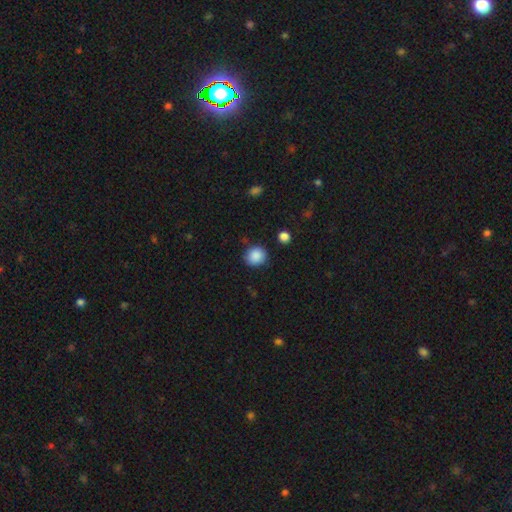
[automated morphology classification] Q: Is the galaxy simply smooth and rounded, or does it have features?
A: smooth — 88%.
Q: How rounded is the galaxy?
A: round — 81%.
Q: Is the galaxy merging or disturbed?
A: none — 86%.